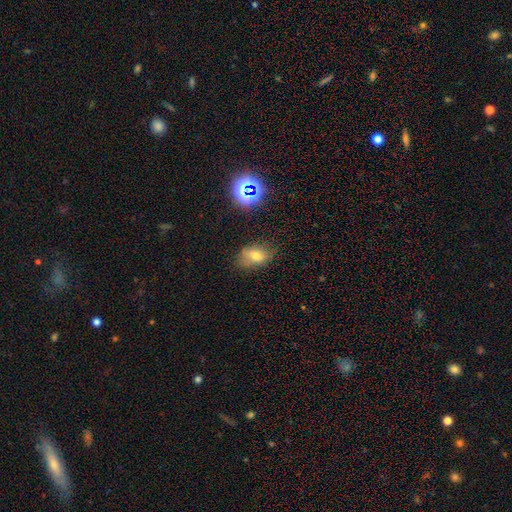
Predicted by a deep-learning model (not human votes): A smooth galaxy with no disk features (62%) that is in between round and cigar-shaped (82%).

Vote fractions:
- Smooth or featured? smooth: 62% / star or artifact: 19% / featured or disk: 19%
- How rounded? in between: 82% / round: 16% / cigar-shaped: 2%
- Merging? none: 65% / minor disturbance: 24% / major disturbance: 8% / merger: 3%